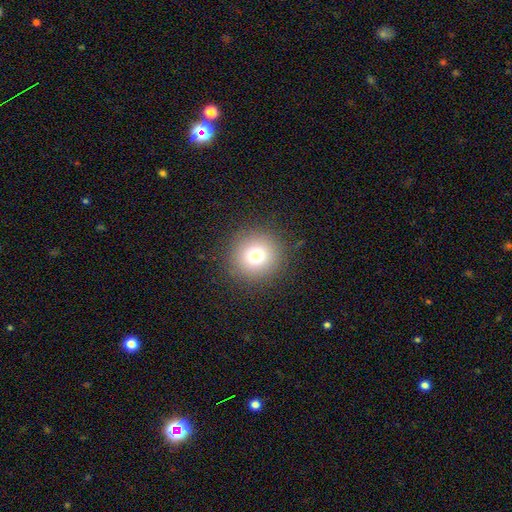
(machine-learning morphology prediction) smooth-or-featured: smooth: 75% | star or artifact: 15% | featured or disk: 10%
  how-rounded: round: 94% | in between: 5% | cigar-shaped: 1%
  merging: none: 89% | minor disturbance: 6% | major disturbance: 3% | merger: 1%